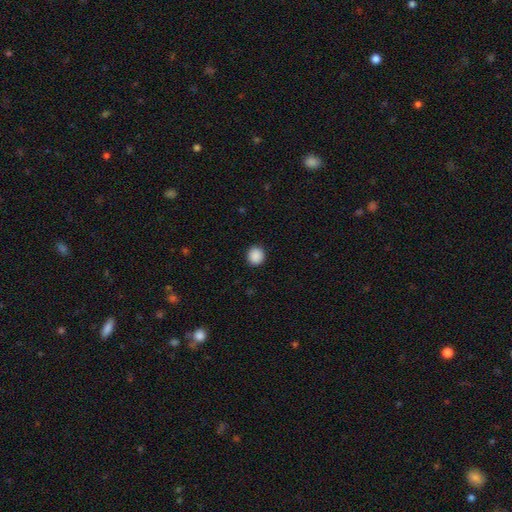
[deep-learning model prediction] A smooth galaxy with no disk features (89%) that is round (84%).

Vote fractions:
- Smooth or featured? smooth: 89% / star or artifact: 9% / featured or disk: 2%
- How rounded? round: 84% / in between: 15% / cigar-shaped: 1%
- Merging? none: 91% / minor disturbance: 6% / major disturbance: 2% / merger: 1%